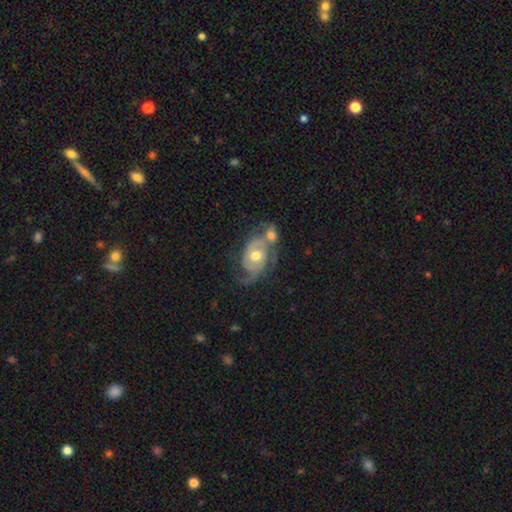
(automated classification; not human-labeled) This appears to be a featured or disk galaxy (80%) with no bar (69%), 2 (69%) medium (44%) spiral arms (92%) and a moderate central bulge (75%). Merging: merger (39%).